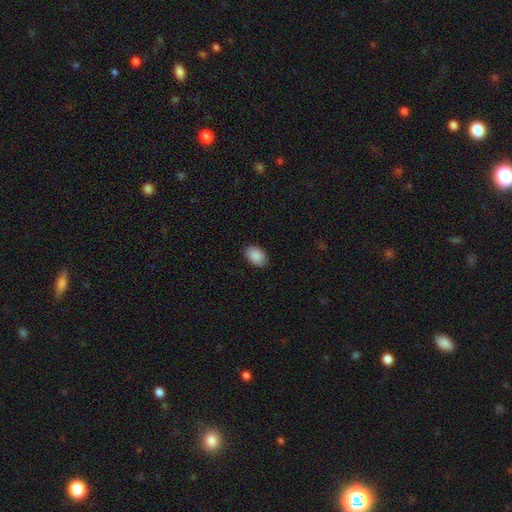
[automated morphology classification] type=smooth (89%); roundness=in between (86%); merging=none (89%).